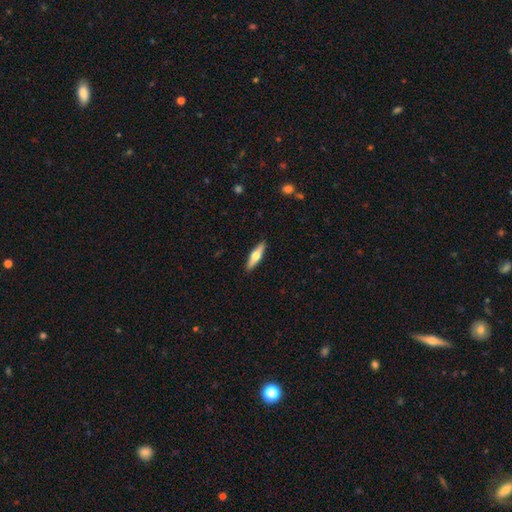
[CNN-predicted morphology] Q: Smooth or featured?
A: featured or disk (51%); runner-up: smooth (44%)
Q: Edge-on disk?
A: yes (94%); runner-up: no (6%)
Q: Merging?
A: none (91%); runner-up: minor disturbance (6%)